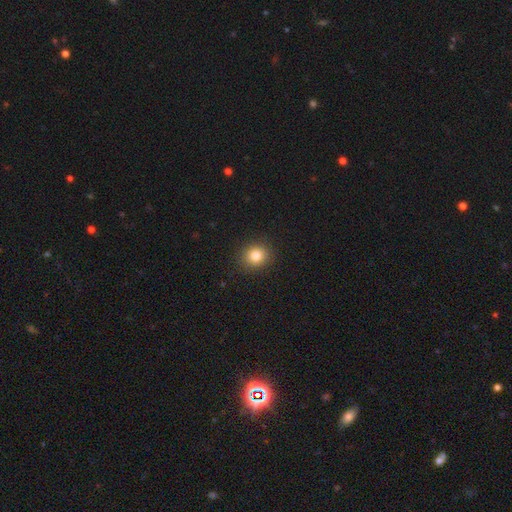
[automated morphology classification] type=smooth (81%); roundness=round (84%); merging=none (90%).